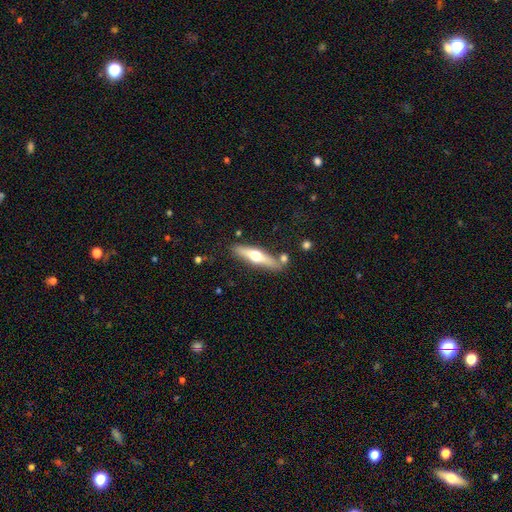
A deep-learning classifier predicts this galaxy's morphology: Overall: featured or disk (57%; smooth 38%). Edge-on disk: yes (93%). Edge-on bulge: rounded (95%). Merging: none (80%).